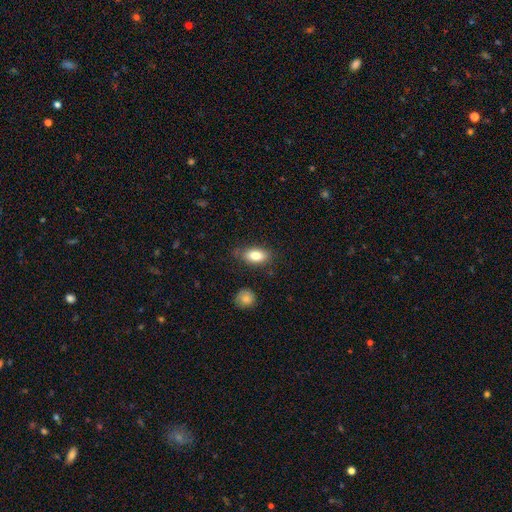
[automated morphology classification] This appears to be a smooth galaxy with no disk features (82%) that is in between round and cigar-shaped (90%). Merging: none (77%).